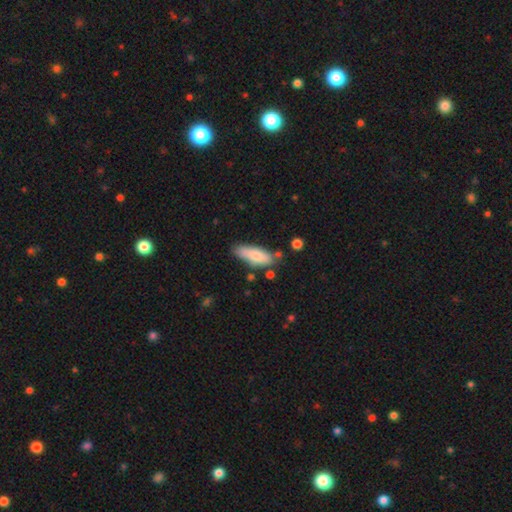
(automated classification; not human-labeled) The model was most divided on "how rounded": in between: 60%, cigar-shaped: 38%, round: 2%. More confident: smooth or featured — smooth (78%); merging — none (69%).